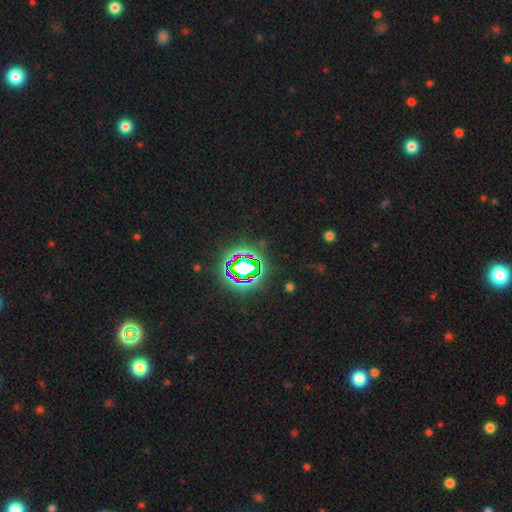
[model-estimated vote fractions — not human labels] Morphology: type=star or artifact (78%).